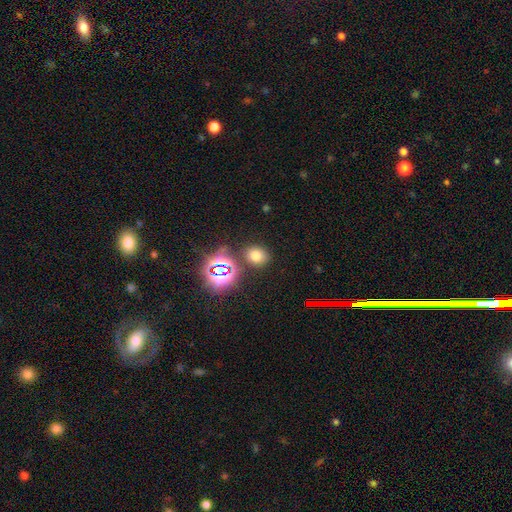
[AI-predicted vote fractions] A smooth galaxy with no disk features (66%) that is round (60%).

Vote fractions:
- Smooth or featured? smooth: 66% / star or artifact: 26% / featured or disk: 8%
- How rounded? round: 60% / in between: 39% / cigar-shaped: 1%
- Merging? none: 81% / minor disturbance: 9% / merger: 6% / major disturbance: 3%